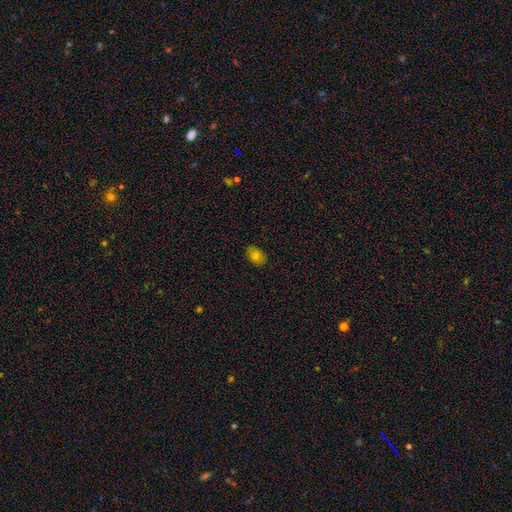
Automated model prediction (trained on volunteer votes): Overall: smooth (78%). How rounded: in between (81%). Merging: none (84%).